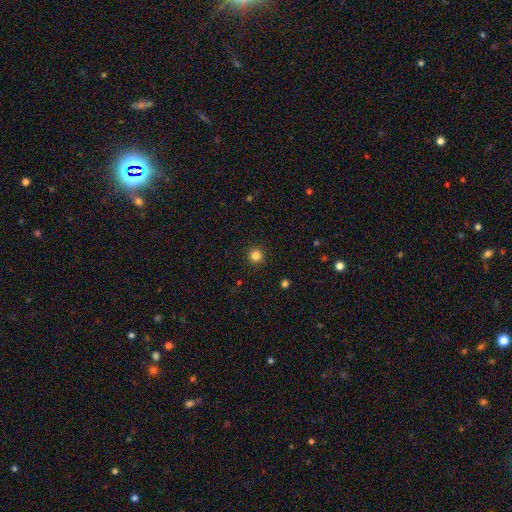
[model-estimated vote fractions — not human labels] This appears to be a smooth galaxy with no disk features (83%) that is round (96%). Merging: none (93%).